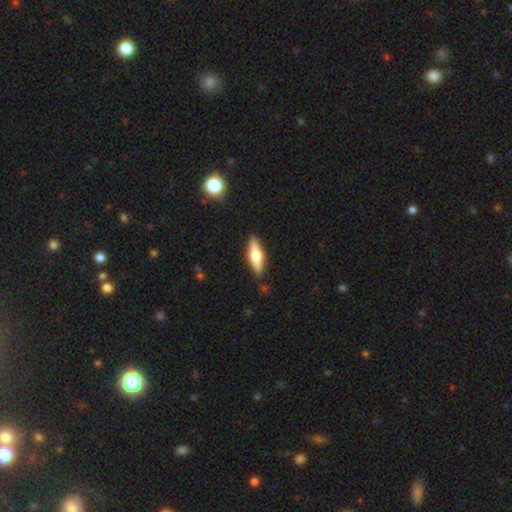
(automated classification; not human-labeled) smooth-or-featured: featured or disk: 50% | smooth: 44% | star or artifact: 6%
  disk-edge-on: yes: 92% | no: 8%
  merging: none: 88% | minor disturbance: 8% | major disturbance: 2% | merger: 1%